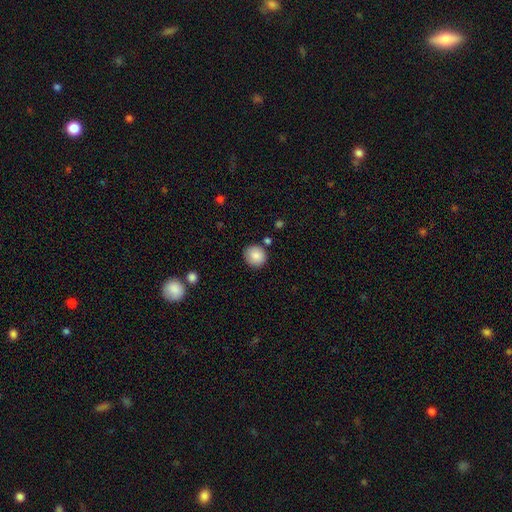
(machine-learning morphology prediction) This appears to be a smooth galaxy with no disk features (86%) that is round (90%). Merging: none (85%).